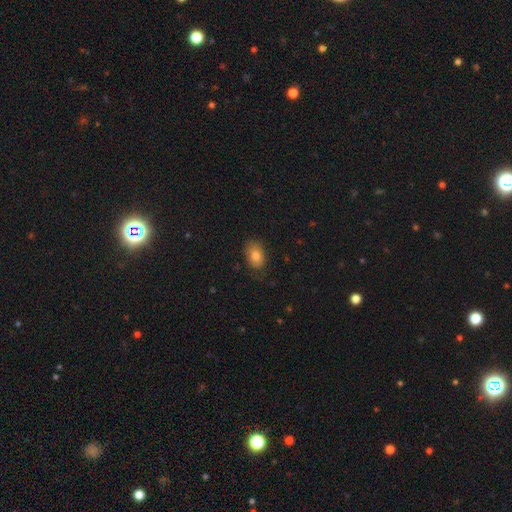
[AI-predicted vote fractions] Smooth or featured: smooth — 80% (featured or disk — 11%)
How rounded: in between — 83% (round — 16%)
Merging: none — 74% (minor disturbance — 20%)